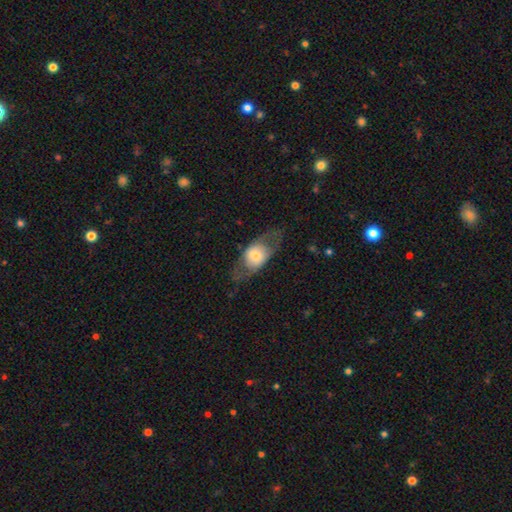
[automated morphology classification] This appears to be a smooth galaxy with no disk features (47%). Merging: none (61%).